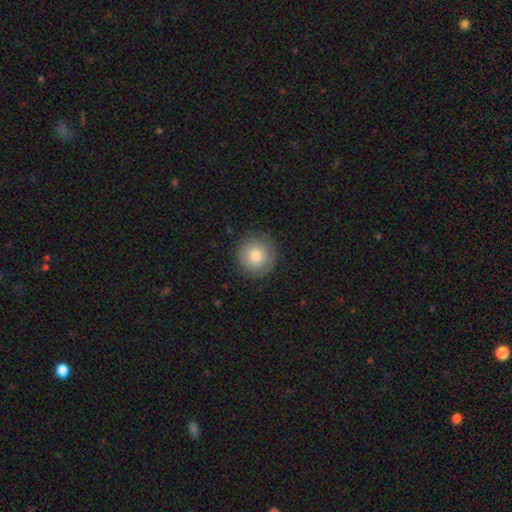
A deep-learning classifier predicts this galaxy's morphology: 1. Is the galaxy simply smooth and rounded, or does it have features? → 73% smooth, 19% featured or disk, 8% star or artifact.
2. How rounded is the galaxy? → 93% round, 6% in between, 1% cigar-shaped.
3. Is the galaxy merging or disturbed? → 84% none, 12% minor disturbance, 3% major disturbance, 1% merger.